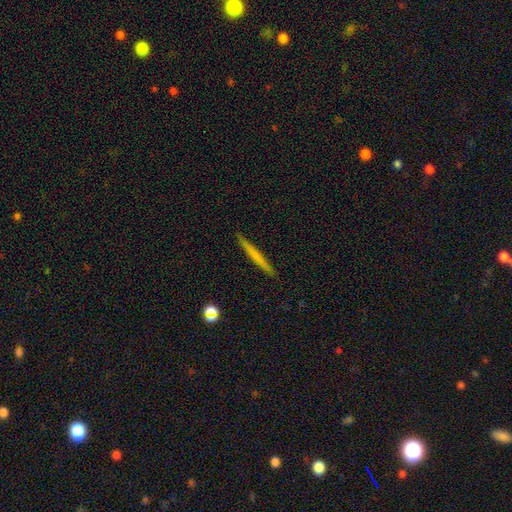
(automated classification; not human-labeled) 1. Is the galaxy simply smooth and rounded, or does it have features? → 56% smooth, 38% featured or disk, 6% star or artifact.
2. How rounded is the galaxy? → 97% cigar-shaped, 2% in between, 2% round.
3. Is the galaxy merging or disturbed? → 91% none, 6% minor disturbance, 1% major disturbance, 1% merger.